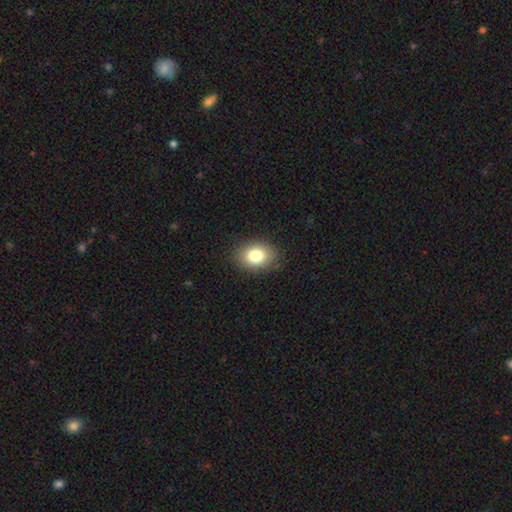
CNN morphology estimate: Q: Smooth or featured?
A: smooth (82%); runner-up: star or artifact (9%)
Q: How rounded?
A: in between (70%); runner-up: round (29%)
Q: Merging?
A: none (87%); runner-up: minor disturbance (10%)